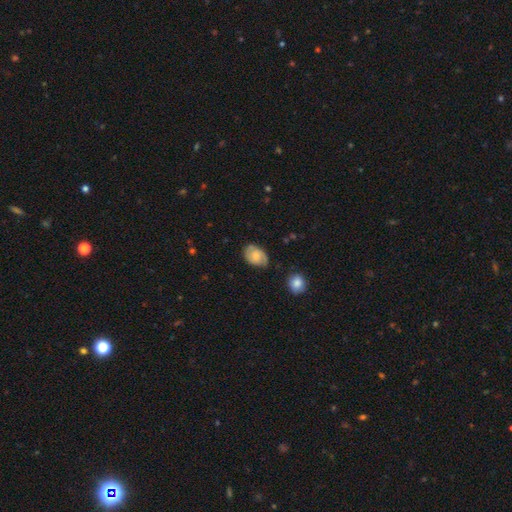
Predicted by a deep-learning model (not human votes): smooth_or_featured: smooth (p=0.51) [alt: featured or disk p=0.41]
how_rounded: in between (p=0.80) [alt: round p=0.19]
merging: none (p=0.72) [alt: minor disturbance p=0.21]